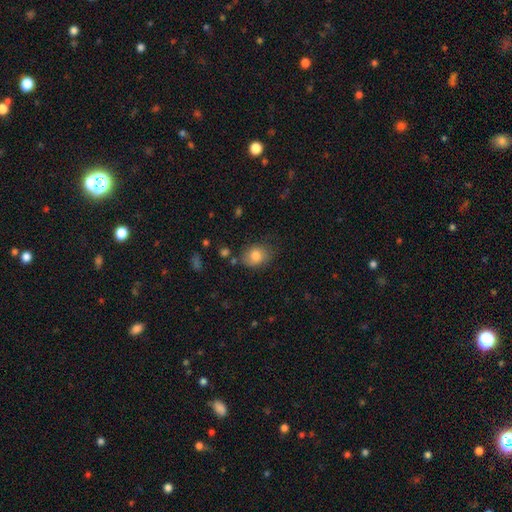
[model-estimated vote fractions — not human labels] This is clearly a smooth galaxy (82%). How rounded: possibly in between (56%). Merging: likely none (66%).